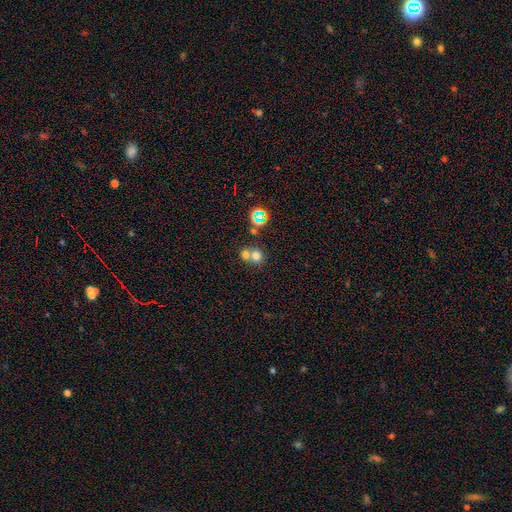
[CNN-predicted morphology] Smooth or featured? Predicted: smooth (p=0.70). How rounded? Predicted: round (p=0.81). Merging? Predicted: merger (p=0.53).